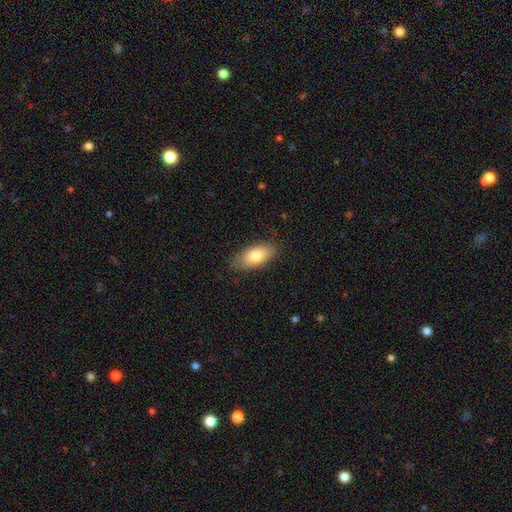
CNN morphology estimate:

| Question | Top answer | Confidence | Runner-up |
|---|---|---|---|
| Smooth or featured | smooth | 79% | featured or disk (14%) |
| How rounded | in between | 88% | cigar-shaped (9%) |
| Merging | none | 82% | minor disturbance (14%) |